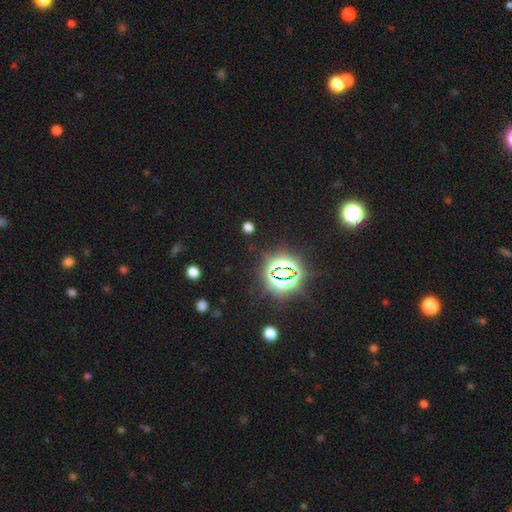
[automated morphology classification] Smooth or featured? star or artifact (81%)